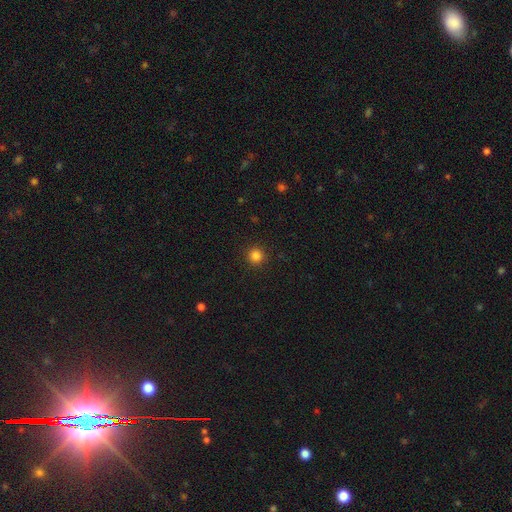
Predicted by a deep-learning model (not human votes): smooth 84%, star or artifact 12%, featured or disk 4%. Down the decision tree: how rounded — round (95%); merging — none (92%).